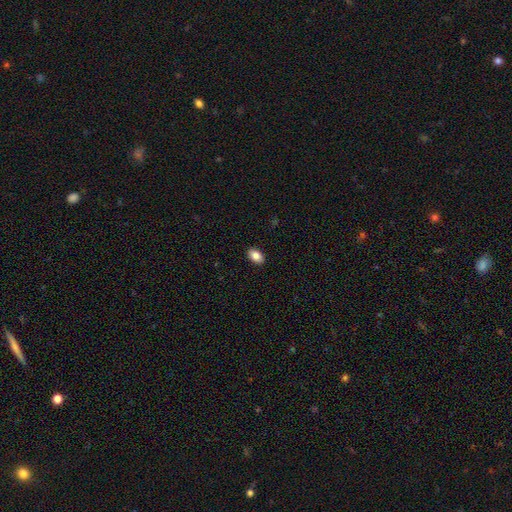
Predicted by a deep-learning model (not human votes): A smooth galaxy with no disk features (86%) that is in between round and cigar-shaped (89%). Merging: none (90%).